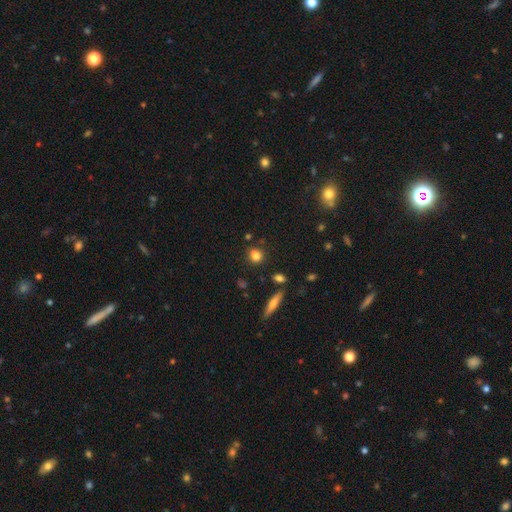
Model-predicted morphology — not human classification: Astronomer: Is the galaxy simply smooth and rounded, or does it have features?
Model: smooth — 79%.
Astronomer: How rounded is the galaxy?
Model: round — 66%.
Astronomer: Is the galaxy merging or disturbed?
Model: none — 72%.